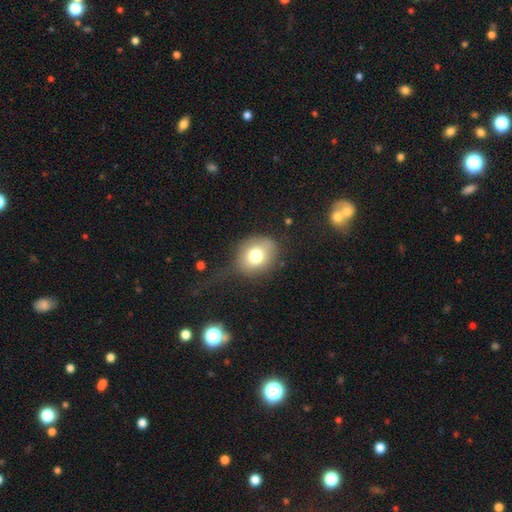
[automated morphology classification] Overall: smooth (75%). How rounded: round (60%; in between 39%). Merging: none (53%; minor disturbance 24%).